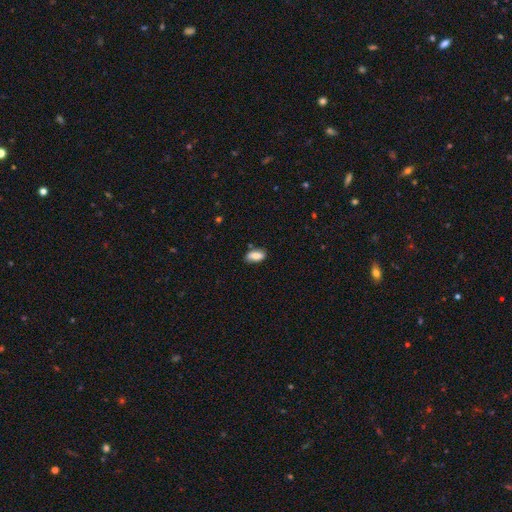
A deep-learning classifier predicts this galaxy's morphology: type=smooth (78%); roundness=in between (88%); merging=none (78%).